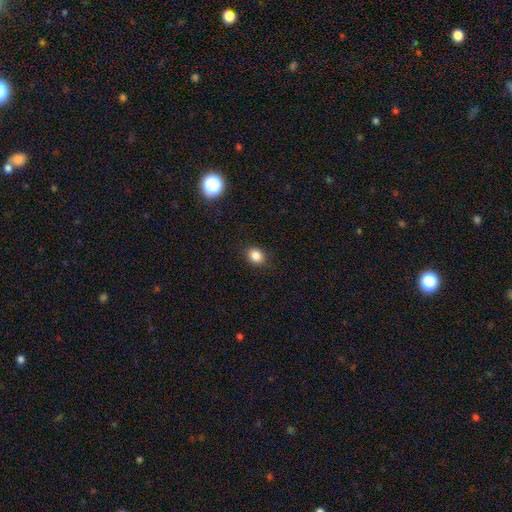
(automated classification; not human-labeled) This is clearly a smooth galaxy (85%). How rounded: possibly round (55%). Merging: clearly none (87%).